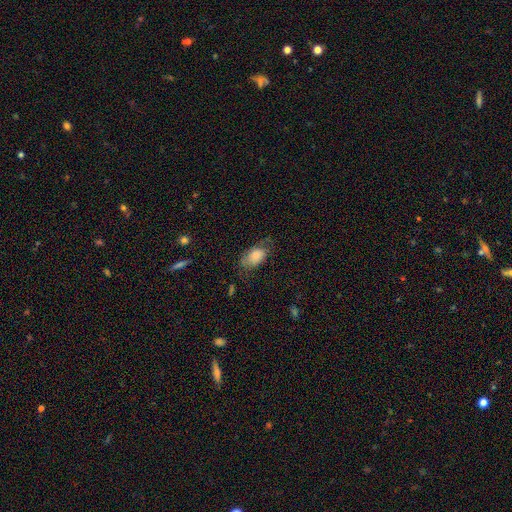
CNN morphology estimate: A smooth galaxy with no disk features (79%) that is in between round and cigar-shaped (91%). Merging: none (56%).